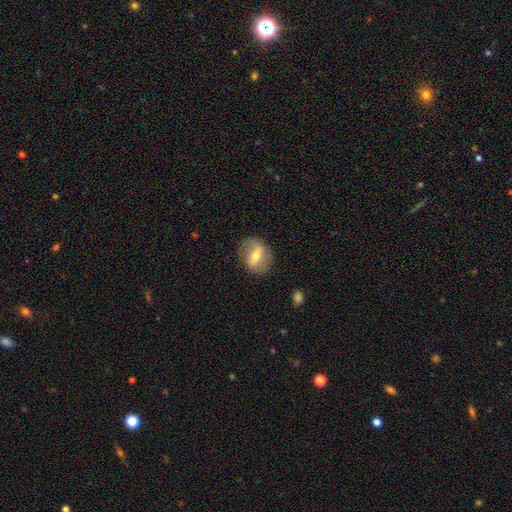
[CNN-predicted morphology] This appears to be a featured or disk galaxy (49%). Merging: none (79%).